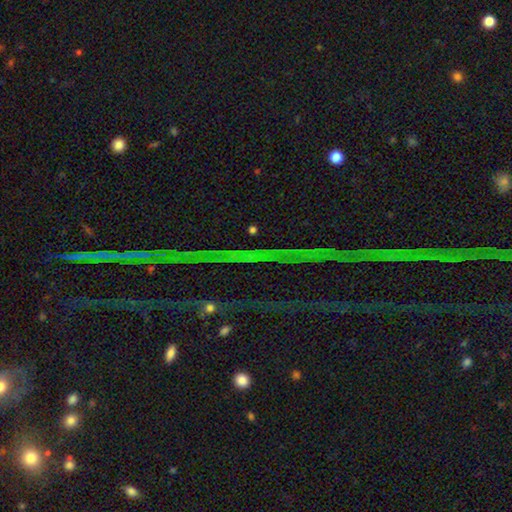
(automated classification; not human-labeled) Smooth or featured? Predicted: star or artifact (p=0.84).